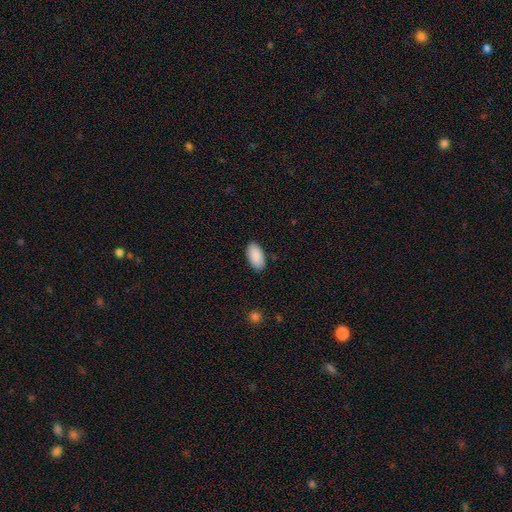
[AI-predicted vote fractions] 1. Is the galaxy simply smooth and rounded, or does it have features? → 91% smooth, 6% star or artifact, 3% featured or disk.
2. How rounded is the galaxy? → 95% in between, 3% cigar-shaped, 2% round.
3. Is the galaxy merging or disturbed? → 87% none, 9% minor disturbance, 2% major disturbance, 1% merger.